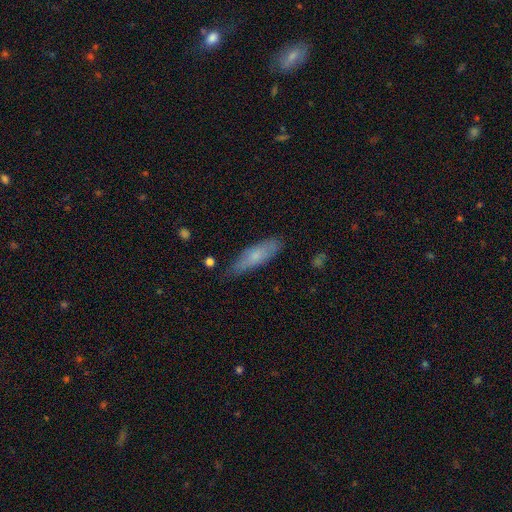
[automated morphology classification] A smooth galaxy with no disk features (69%) that is cigar-shaped (58%).

Vote fractions:
- Smooth or featured? smooth: 69% / featured or disk: 24% / star or artifact: 6%
- How rounded? cigar-shaped: 58% / in between: 40% / round: 2%
- Merging? none: 72% / minor disturbance: 22% / major disturbance: 4% / merger: 2%